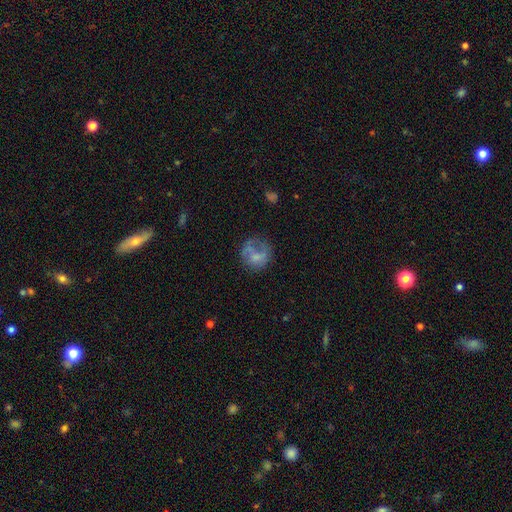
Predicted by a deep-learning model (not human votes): A smooth galaxy with no disk features (51%) that is round (73%).

Vote fractions:
- Smooth or featured? smooth: 51% / featured or disk: 38% / star or artifact: 11%
- How rounded? round: 73% / in between: 26% / cigar-shaped: 1%
- Merging? none: 42% / major disturbance: 31% / minor disturbance: 23% / merger: 4%